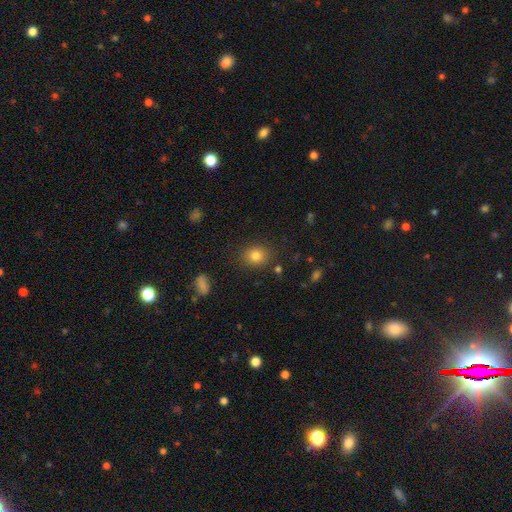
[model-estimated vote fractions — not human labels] The model was most divided on "how rounded": round: 70%, in between: 29%, cigar-shaped: 1%. More confident: merging — none (86%); smooth or featured — smooth (82%).